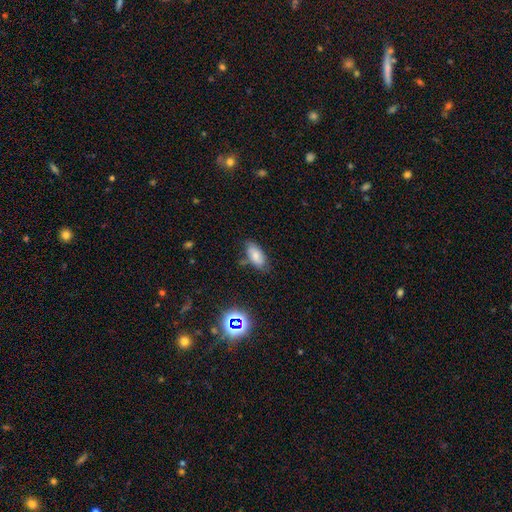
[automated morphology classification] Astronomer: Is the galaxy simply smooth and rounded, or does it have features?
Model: smooth — 74%.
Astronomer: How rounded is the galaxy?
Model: in between — 90%.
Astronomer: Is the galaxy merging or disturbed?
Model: none — 64%.